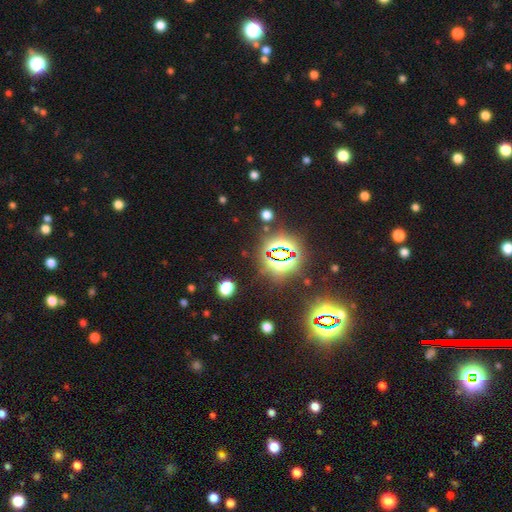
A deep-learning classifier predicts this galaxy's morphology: This appears to be a star or artifact, not a galaxy (83%).